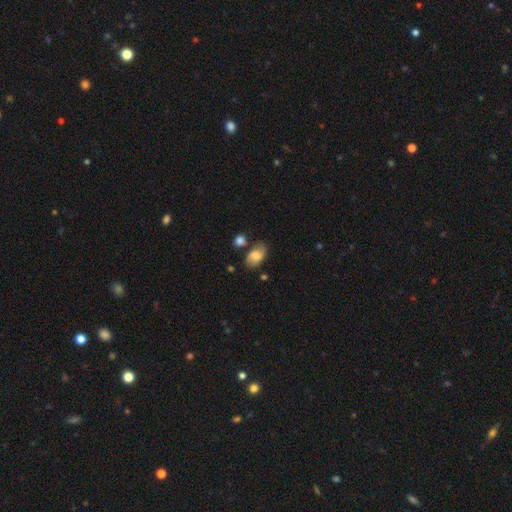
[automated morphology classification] smooth-or-featured: smooth: 68% | featured or disk: 24% | star or artifact: 8%
  how-rounded: in between: 90% | round: 9% | cigar-shaped: 2%
  merging: none: 70% | minor disturbance: 18% | merger: 8% | major disturbance: 4%